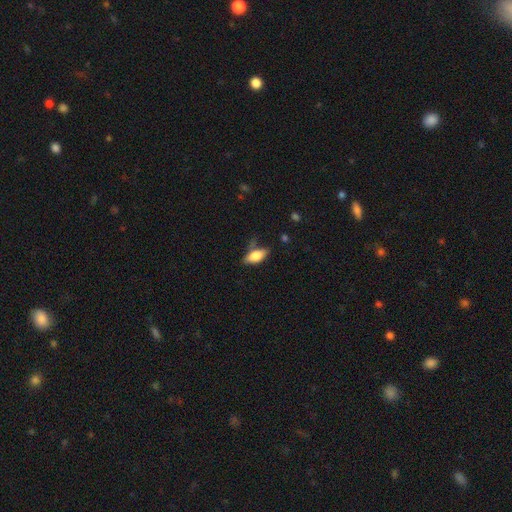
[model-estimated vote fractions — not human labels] Overall: smooth (75%). How rounded: in between (85%). Merging: none (60%; minor disturbance 26%).